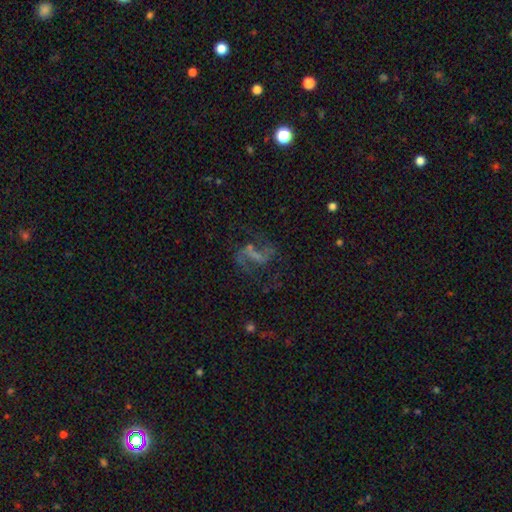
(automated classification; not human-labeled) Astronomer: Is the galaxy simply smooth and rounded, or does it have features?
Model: featured or disk — 69%.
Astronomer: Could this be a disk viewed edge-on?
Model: no — 96%.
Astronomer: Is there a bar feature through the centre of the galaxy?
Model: weak — 41% (runner-up: strong, 31%).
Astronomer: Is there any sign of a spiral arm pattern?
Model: yes — 85%.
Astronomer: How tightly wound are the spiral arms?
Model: loose — 62%.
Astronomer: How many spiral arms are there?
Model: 2 — 84%.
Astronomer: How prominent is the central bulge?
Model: none — 58%.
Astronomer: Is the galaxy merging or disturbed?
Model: none — 59%.